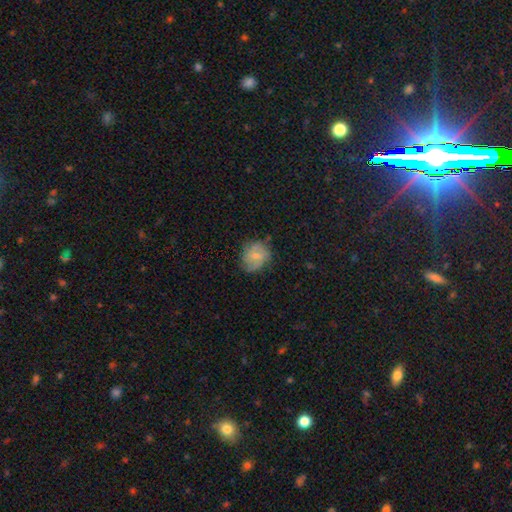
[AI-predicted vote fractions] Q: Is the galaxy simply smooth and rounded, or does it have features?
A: smooth — 53%.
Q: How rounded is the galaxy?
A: round — 60%.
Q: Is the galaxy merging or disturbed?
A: none — 62%.